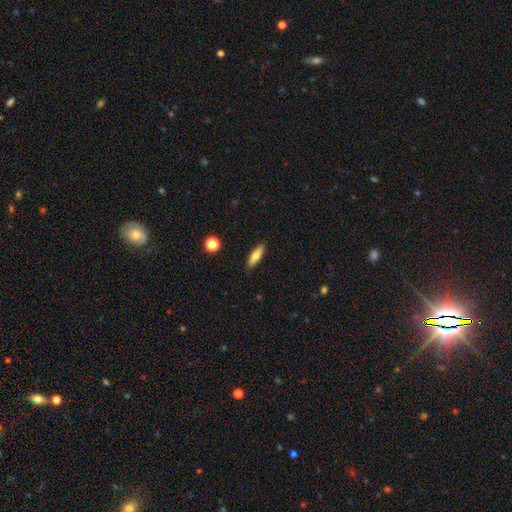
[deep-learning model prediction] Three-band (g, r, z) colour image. It shows a smooth galaxy with no disk features (71%) that is cigar-shaped (54%). Merging: none (89%).